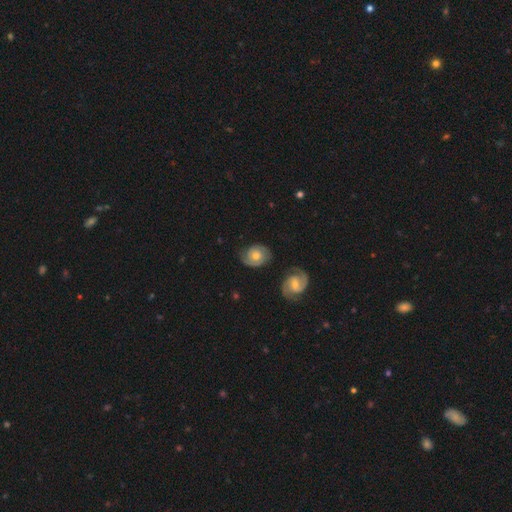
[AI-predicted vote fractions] smooth-or-featured: featured or disk: 66% | smooth: 27% | star or artifact: 7%
  disk-edge-on: no: 97% | yes: 3%
    bar: no: 74% | weak: 22% | strong: 4%
    has-spiral-arms: yes: 91% | no: 9%
      spiral-winding: tight: 47% | medium: 40% | loose: 13%
      spiral-arm-count: 2: 80% | can't tell: 8% | 1: 7% | 3: 2% | 4: 1% | more than 4: 1%
    bulge-size: moderate: 66% | small: 25% | large: 6% | none: 2% | dominant: 1%
  merging: none: 67% | minor disturbance: 20% | major disturbance: 7% | merger: 6%